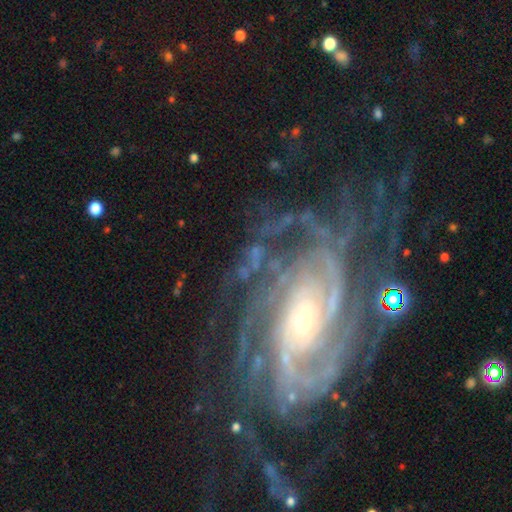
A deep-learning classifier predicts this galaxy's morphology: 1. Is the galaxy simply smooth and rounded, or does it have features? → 87% featured or disk, 8% star or artifact, 5% smooth.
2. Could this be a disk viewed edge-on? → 96% no, 4% yes.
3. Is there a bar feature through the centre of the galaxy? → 58% no, 25% weak, 17% strong.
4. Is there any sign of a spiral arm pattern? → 97% yes, 3% no.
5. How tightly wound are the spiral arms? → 69% tight, 24% medium, 7% loose.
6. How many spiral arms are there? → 24% can't tell, 18% 4, 17% 2, 17% 3, 15% more than 4, 9% 1.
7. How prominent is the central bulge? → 69% small, 25% moderate, 3% large, 2% none, 1% dominant.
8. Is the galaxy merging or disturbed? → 65% none, 16% minor disturbance, 15% major disturbance, 3% merger.